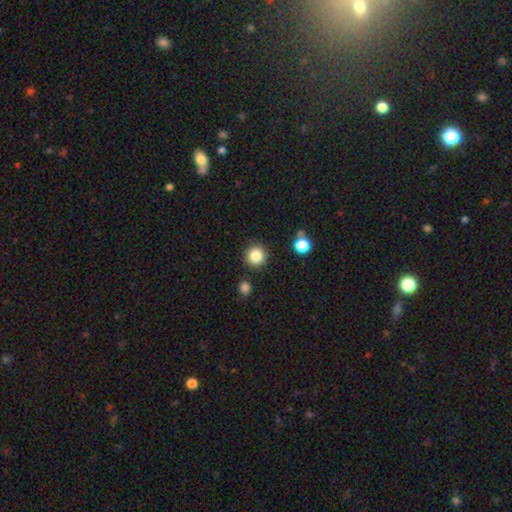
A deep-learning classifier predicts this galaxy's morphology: Smooth or featured? Predicted: smooth (p=0.85). How rounded? Predicted: round (p=0.95). Merging? Predicted: none (p=0.89).